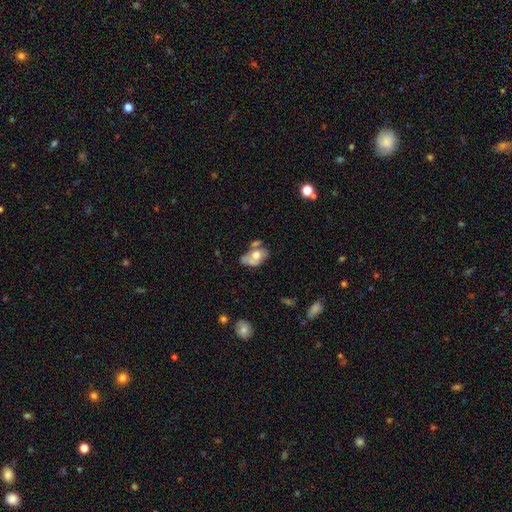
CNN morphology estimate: Smooth or featured? smooth (54%)
How rounded? in between (83%)
Merging? merger (36%)